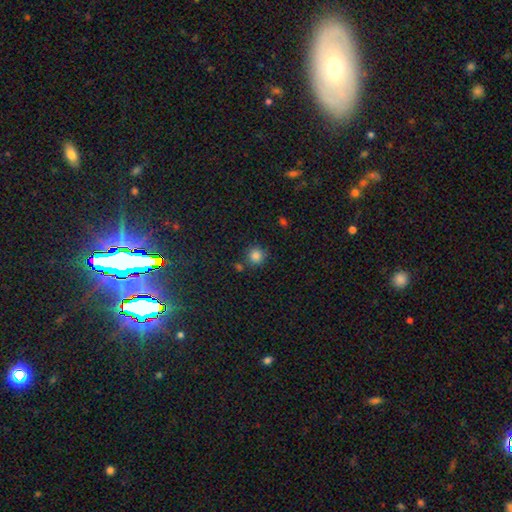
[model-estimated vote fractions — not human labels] Morphology: type=smooth (83%); roundness=round (92%); merging=none (77%).